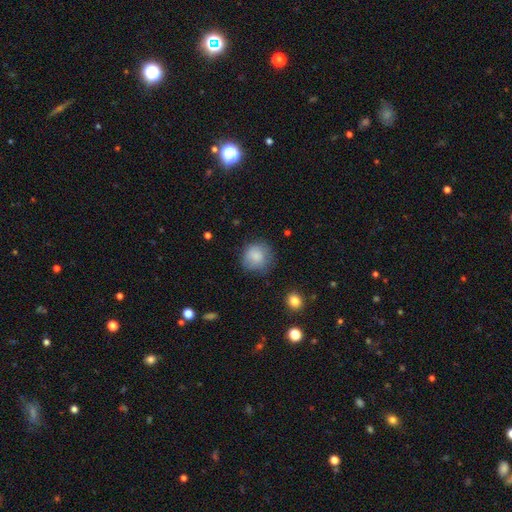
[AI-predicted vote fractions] Smooth or featured?
  - smooth: 82% *
  - featured or disk: 9%
  - star or artifact: 8%
How rounded?
  - round: 88% *
  - in between: 11%
  - cigar-shaped: 1%
Merging?
  - none: 69% *
  - minor disturbance: 21%
  - major disturbance: 8%
  - merger: 2%